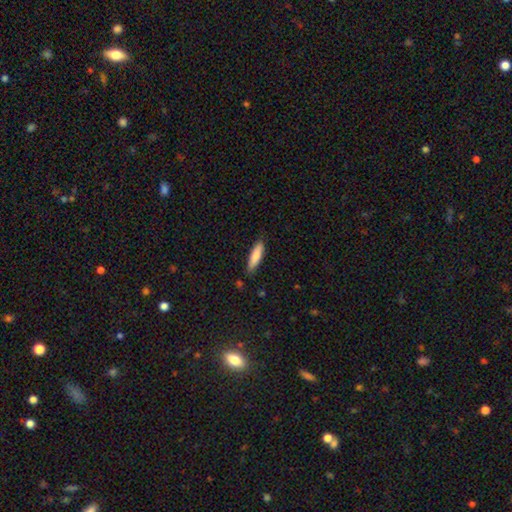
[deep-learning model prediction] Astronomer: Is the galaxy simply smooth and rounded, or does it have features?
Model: smooth — 83%.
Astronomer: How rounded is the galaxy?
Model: cigar-shaped — 72%.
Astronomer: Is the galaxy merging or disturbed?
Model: none — 85%.